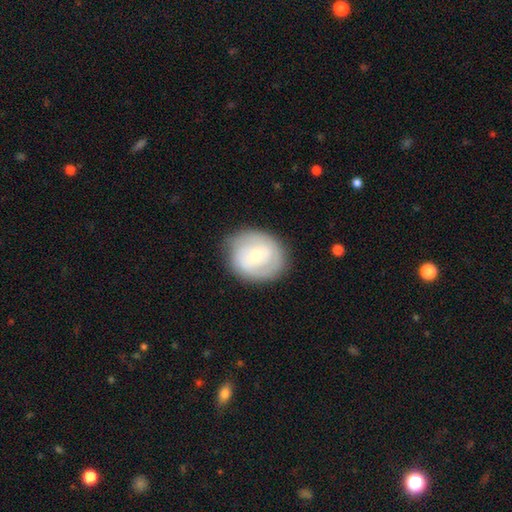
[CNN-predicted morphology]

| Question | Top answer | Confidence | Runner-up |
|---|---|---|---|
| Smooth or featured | featured or disk | 47% | smooth (46%) |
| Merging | none | 78% | minor disturbance (16%) |